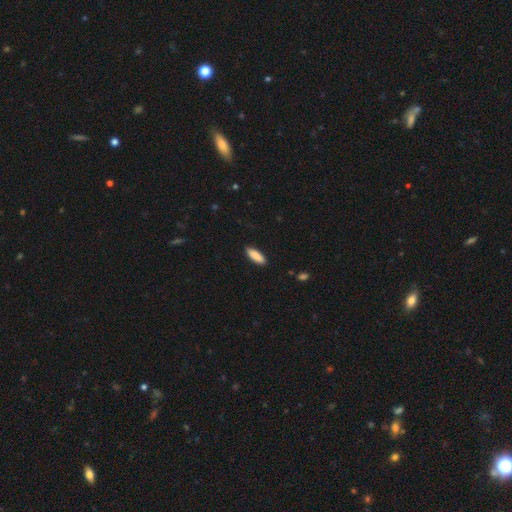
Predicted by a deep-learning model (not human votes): smooth_or_featured: smooth (p=0.89) [alt: star or artifact p=0.06]
how_rounded: in between (p=0.55) [alt: cigar-shaped p=0.44]
merging: none (p=0.90) [alt: minor disturbance p=0.08]